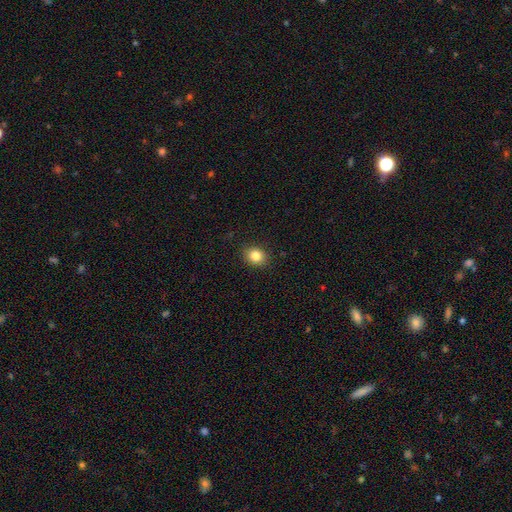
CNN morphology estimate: Smooth or featured?
  - smooth: 84% *
  - star or artifact: 10%
  - featured or disk: 6%
How rounded?
  - round: 61% *
  - in between: 39%
  - cigar-shaped: 1%
Merging?
  - none: 90% *
  - minor disturbance: 7%
  - major disturbance: 2%
  - merger: 1%